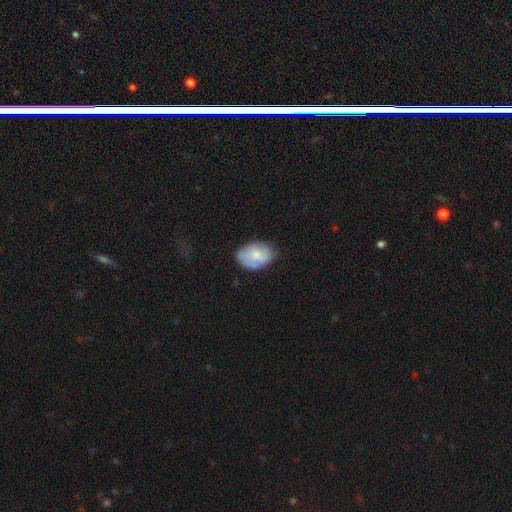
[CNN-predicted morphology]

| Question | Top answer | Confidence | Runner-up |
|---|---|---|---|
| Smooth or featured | smooth | 64% | featured or disk (29%) |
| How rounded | in between | 83% | round (16%) |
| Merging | none | 69% | minor disturbance (23%) |